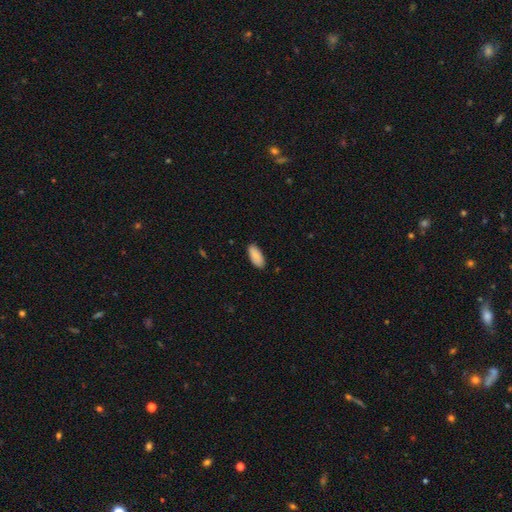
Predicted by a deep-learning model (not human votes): Smooth or featured? Predicted: smooth (p=0.89). How rounded? Predicted: in between (p=0.89). Merging? Predicted: none (p=0.87).